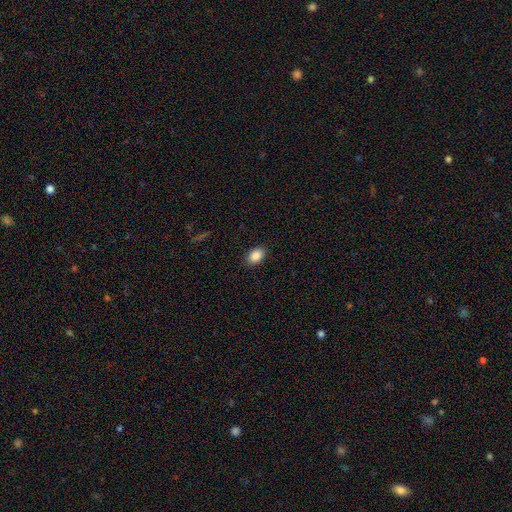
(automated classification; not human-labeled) smooth_or_featured: smooth (p=0.88) [alt: star or artifact p=0.08]
how_rounded: in between (p=0.82) [alt: round p=0.16]
merging: none (p=0.88) [alt: minor disturbance p=0.09]